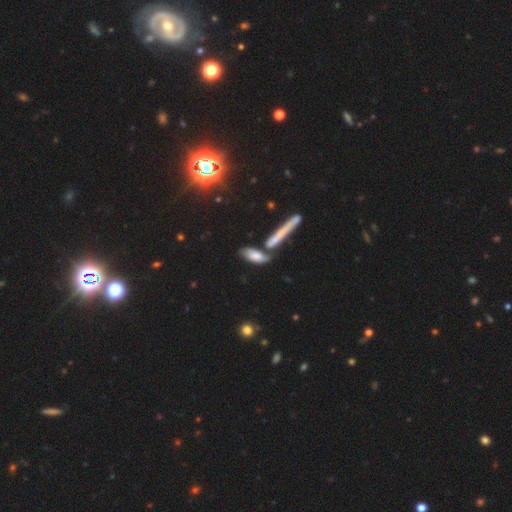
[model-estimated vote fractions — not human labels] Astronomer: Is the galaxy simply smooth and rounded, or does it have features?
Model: smooth — 63%.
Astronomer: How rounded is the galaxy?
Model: in between — 54% (runner-up: cigar-shaped, 42%).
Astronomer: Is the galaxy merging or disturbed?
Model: none — 46% (runner-up: merger, 33%).